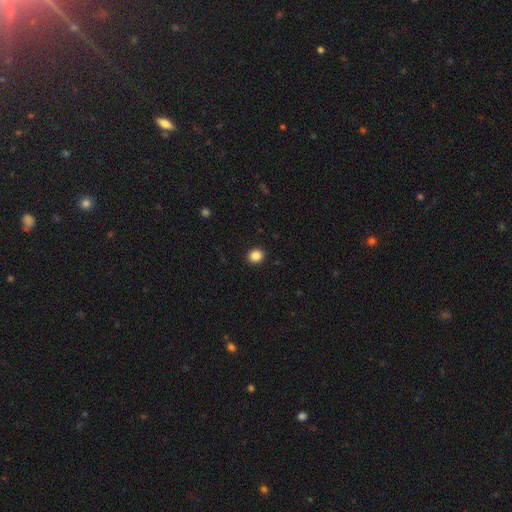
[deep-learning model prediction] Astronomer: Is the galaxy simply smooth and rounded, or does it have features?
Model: smooth — 87%.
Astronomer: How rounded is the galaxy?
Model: round — 78%.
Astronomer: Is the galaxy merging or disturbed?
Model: none — 92%.